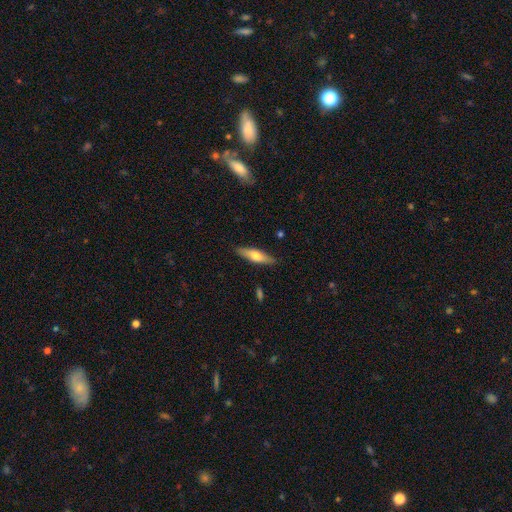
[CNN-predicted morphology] Smooth or featured? smooth (54%)
How rounded? cigar-shaped (61%)
Merging? none (87%)